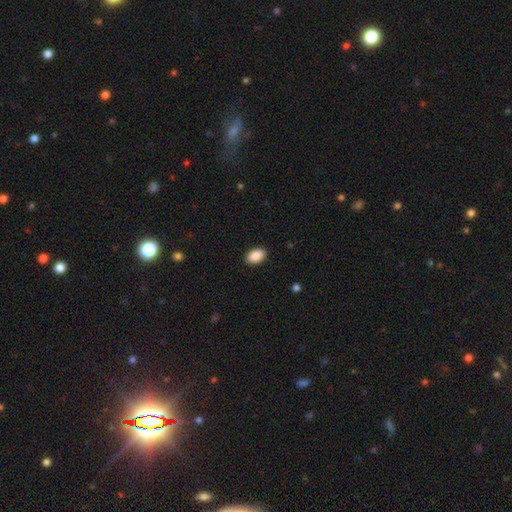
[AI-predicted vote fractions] Morphology: type=smooth (90%); roundness=in between (89%); merging=none (90%).